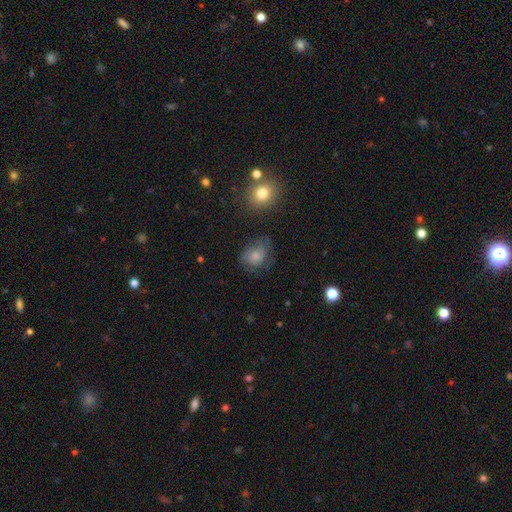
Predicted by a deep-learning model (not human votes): Morphology: type=smooth (71%); roundness=in between (58%); merging=none (50%).